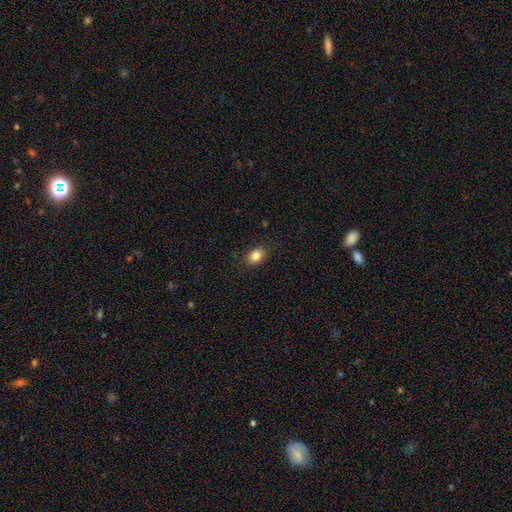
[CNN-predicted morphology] Smooth or featured?
  - smooth: 84% *
  - star or artifact: 10%
  - featured or disk: 6%
How rounded?
  - in between: 70% *
  - round: 29%
  - cigar-shaped: 1%
Merging?
  - none: 87% *
  - minor disturbance: 9%
  - major disturbance: 2%
  - merger: 1%